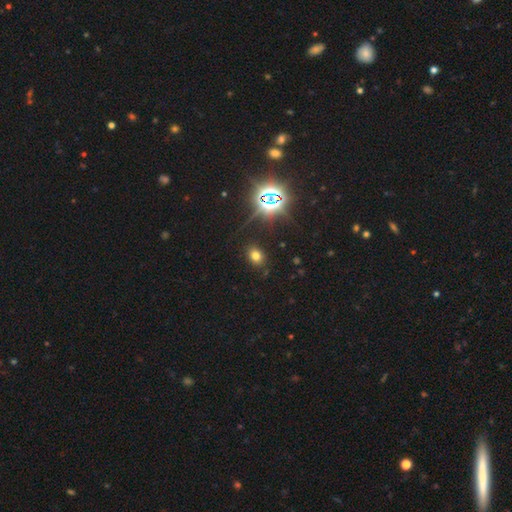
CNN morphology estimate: smooth-or-featured: smooth: 67% | star or artifact: 25% | featured or disk: 8%
  how-rounded: in between: 61% | round: 37% | cigar-shaped: 1%
  merging: none: 86% | minor disturbance: 9% | major disturbance: 3% | merger: 2%